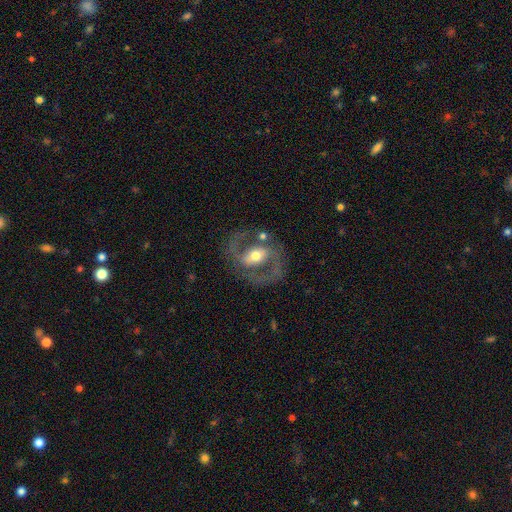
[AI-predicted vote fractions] Smooth or featured: featured or disk — 82% (smooth — 12%)
Edge-on disk: no — 96% (yes — 4%)
Bar: weak — 40% (strong — 37%)
Spiral arms: yes — 85% (no — 15%)
Spiral winding: medium — 58% (loose — 22%)
Spiral arm count: 2 — 90% (can't tell — 5%)
Bulge size: moderate — 67% (small — 17%)
Merging: none — 75% (minor disturbance — 13%)